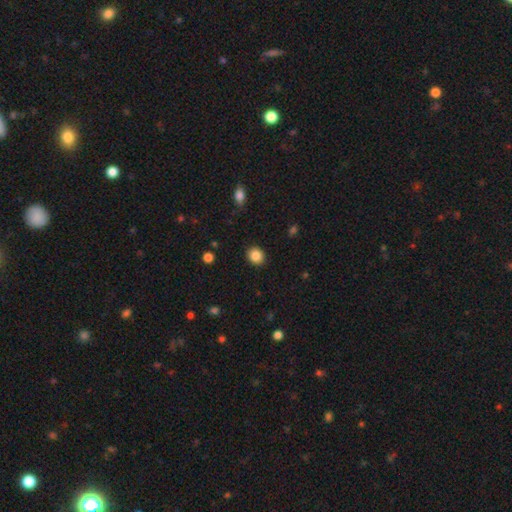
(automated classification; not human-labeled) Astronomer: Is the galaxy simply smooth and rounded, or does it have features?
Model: smooth — 86%.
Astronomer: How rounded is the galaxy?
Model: round — 72%.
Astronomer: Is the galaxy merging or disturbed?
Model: none — 90%.